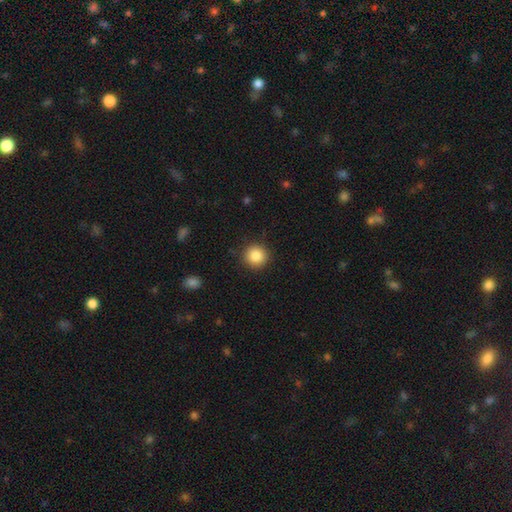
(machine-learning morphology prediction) Smooth or featured?
  - smooth: 87% *
  - star or artifact: 9%
  - featured or disk: 4%
How rounded?
  - round: 94% *
  - in between: 5%
  - cigar-shaped: 1%
Merging?
  - none: 91% *
  - minor disturbance: 6%
  - major disturbance: 2%
  - merger: 1%